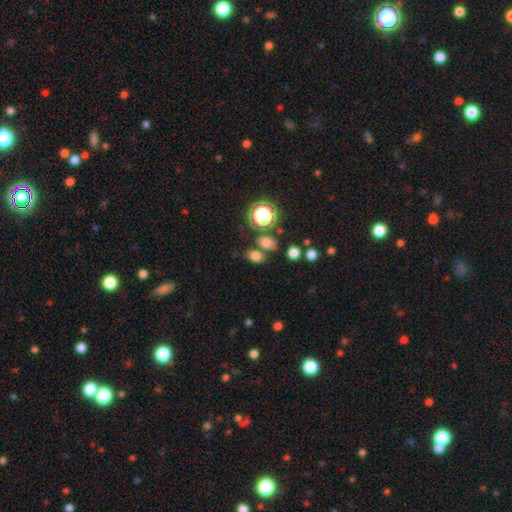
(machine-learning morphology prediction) Smooth or featured: smooth — 73% (star or artifact — 19%)
How rounded: in between — 67% (round — 31%)
Merging: none — 64% (merger — 18%)